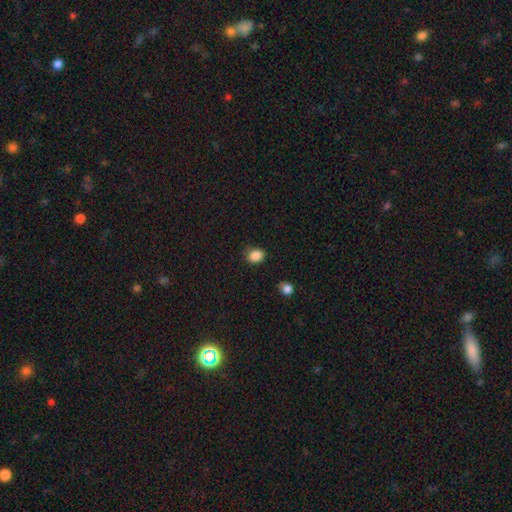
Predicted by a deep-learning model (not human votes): Overall: smooth (87%). How rounded: in between (51%; round 48%). Merging: none (77%).